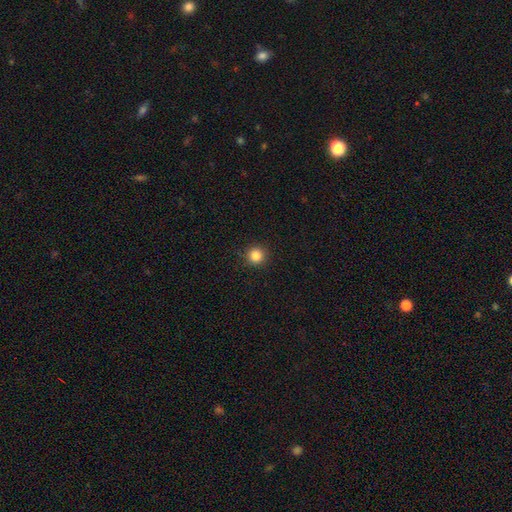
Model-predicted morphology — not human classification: This is clearly a smooth galaxy (85%). How rounded: clearly round (95%). Merging: clearly none (90%).